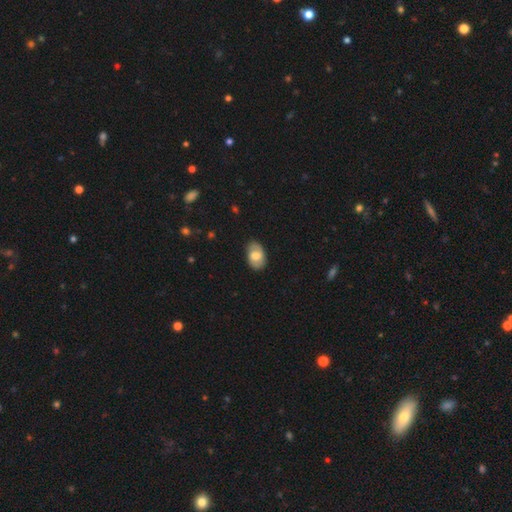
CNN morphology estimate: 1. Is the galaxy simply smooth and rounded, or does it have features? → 62% smooth, 31% featured or disk, 7% star or artifact.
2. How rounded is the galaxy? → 90% in between, 9% round, 1% cigar-shaped.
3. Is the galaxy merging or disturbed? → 80% none, 16% minor disturbance, 3% major disturbance, 1% merger.